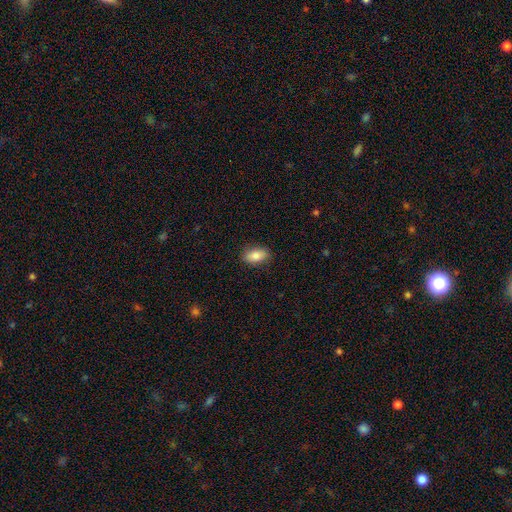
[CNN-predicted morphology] type=smooth (83%); roundness=in between (89%); merging=none (85%).